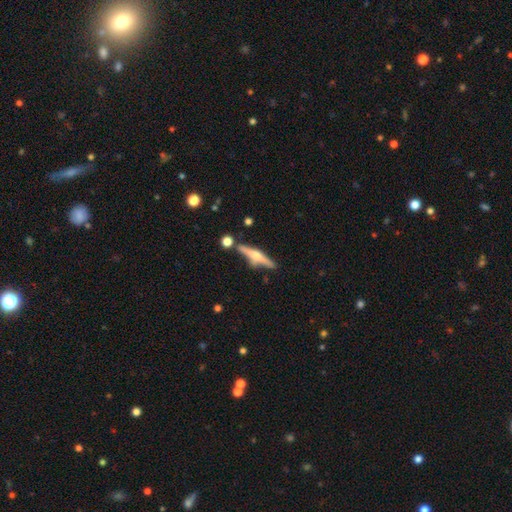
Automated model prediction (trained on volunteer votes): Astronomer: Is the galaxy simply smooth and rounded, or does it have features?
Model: featured or disk — 65%.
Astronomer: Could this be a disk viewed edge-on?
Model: yes — 97%.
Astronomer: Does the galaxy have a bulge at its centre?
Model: rounded — 90%.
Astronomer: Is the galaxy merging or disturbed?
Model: none — 77%.